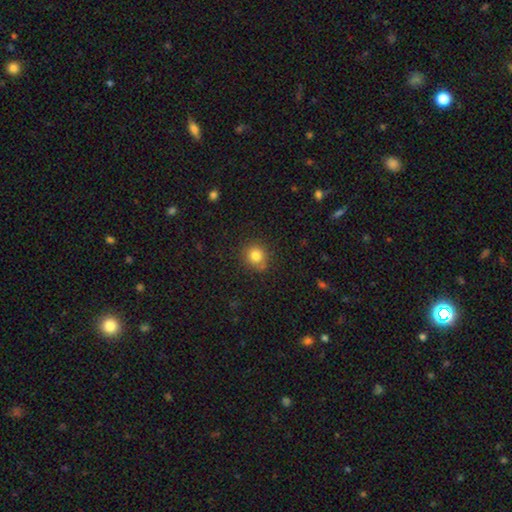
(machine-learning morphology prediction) This is clearly a smooth galaxy (82%). How rounded: clearly round (85%). Merging: likely none (79%).